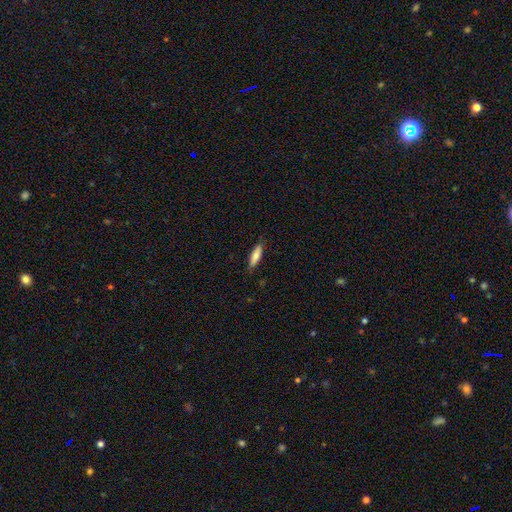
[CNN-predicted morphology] The model was most divided on "how rounded": cigar-shaped: 64%, in between: 35%, round: 2%. More confident: merging — none (84%); smooth or featured — smooth (78%).